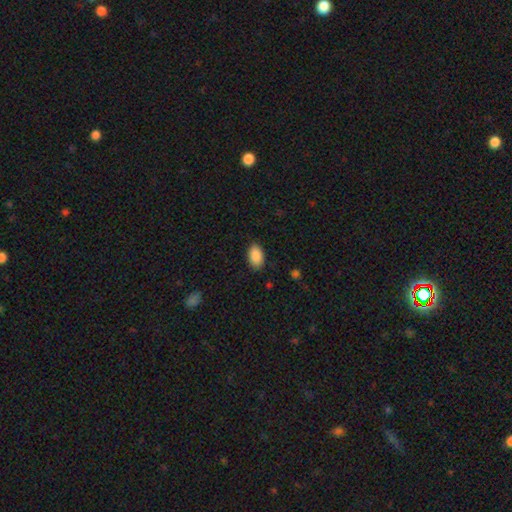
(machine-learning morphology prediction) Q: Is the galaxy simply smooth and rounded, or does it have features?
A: smooth — 89%.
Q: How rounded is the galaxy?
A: in between — 93%.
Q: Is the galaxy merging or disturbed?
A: none — 86%.